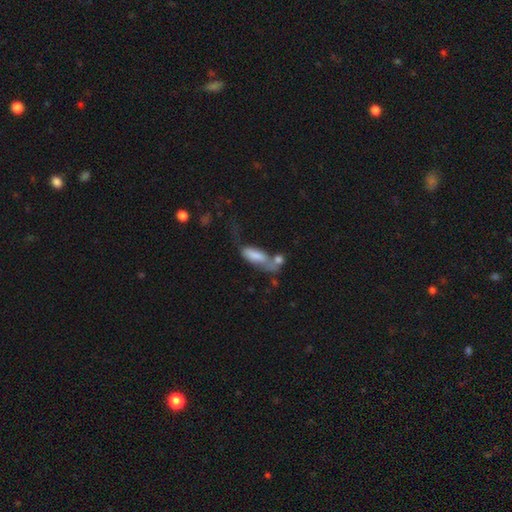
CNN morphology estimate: This appears to be a smooth galaxy with no disk features (73%) that is in between round and cigar-shaped (68%). Merging: merger (42%).